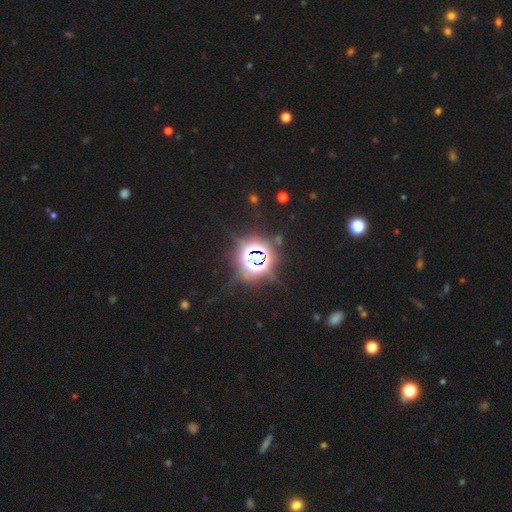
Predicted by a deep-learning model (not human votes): The model was most divided on "smooth or featured": star or artifact: 83%, smooth: 10%, featured or disk: 7%.